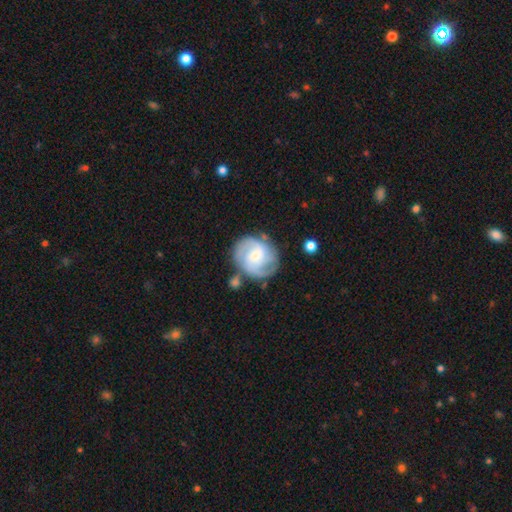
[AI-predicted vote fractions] A featured or disk galaxy (75%) with no bar (46%), 2 (50%) tight (43%, tied with medium) spiral arms (93%) and a small central bulge (53%). Merging: none (68%).